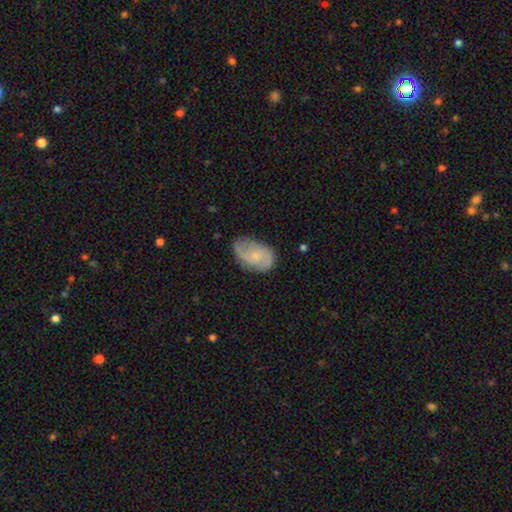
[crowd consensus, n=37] A featured or disk galaxy (59%) with no bar (57%), 2 (65%) medium (45%, tied with loose) spiral arms (95%) and a small central bulge (57%). Merging: none (46%).